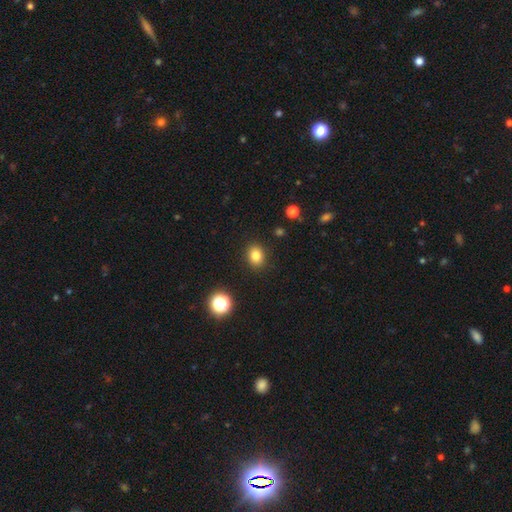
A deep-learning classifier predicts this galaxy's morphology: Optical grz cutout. It shows a smooth galaxy with no disk features (82%) that is round (50%, tied with in between). Merging: none (89%).